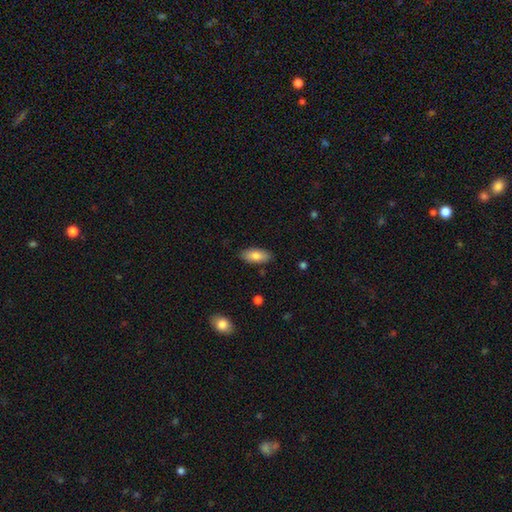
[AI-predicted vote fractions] A smooth galaxy with no disk features (80%) that is in between round and cigar-shaped (86%). Merging: none (86%).